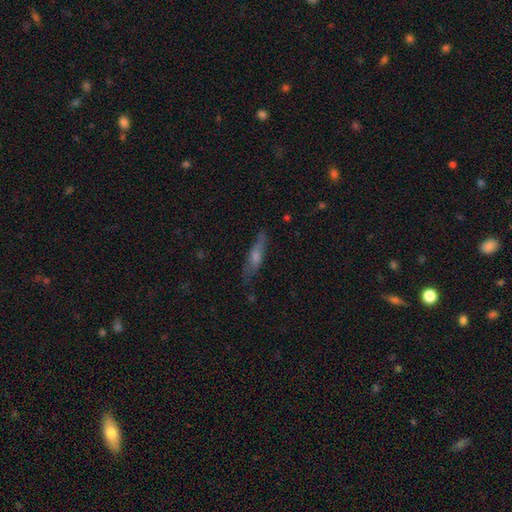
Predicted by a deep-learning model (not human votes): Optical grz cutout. It shows a featured or disk galaxy (51%) viewed edge-on (82%). Merging: none (79%).